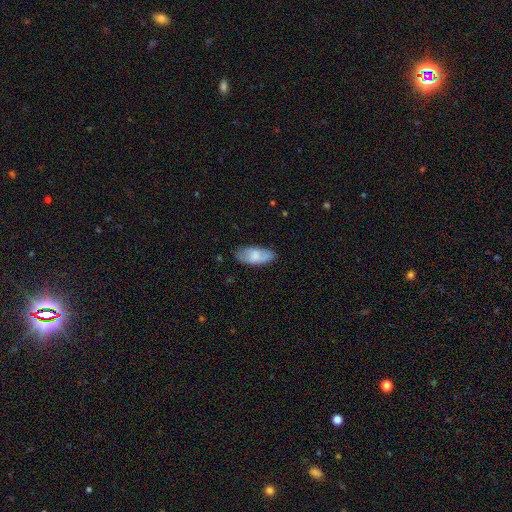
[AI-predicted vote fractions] This is likely a smooth galaxy (74%). How rounded: clearly in between (87%). Merging: likely none (78%).